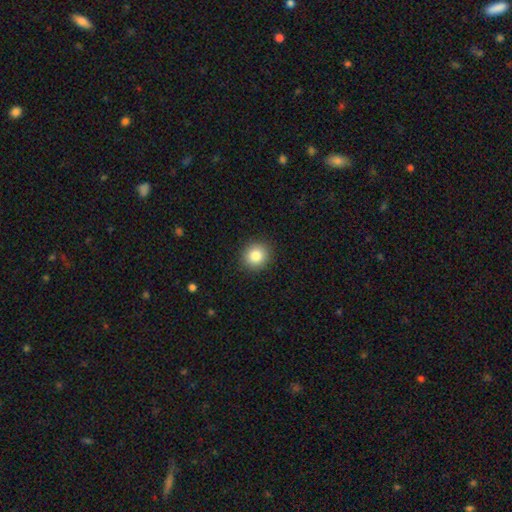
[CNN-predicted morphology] Smooth or featured? smooth (84%)
How rounded? round (89%)
Merging? none (92%)